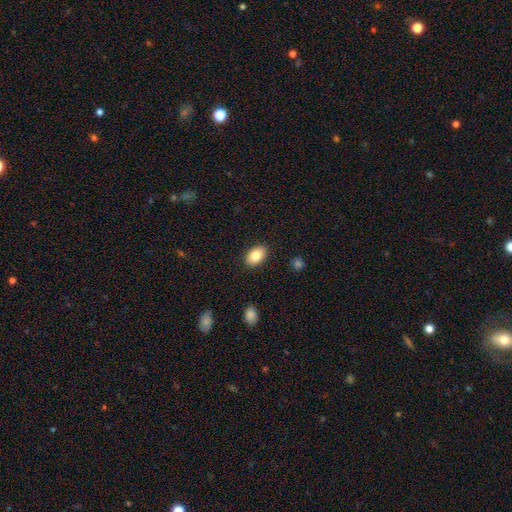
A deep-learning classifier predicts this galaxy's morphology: type=smooth (83%); roundness=in between (89%); merging=none (88%).